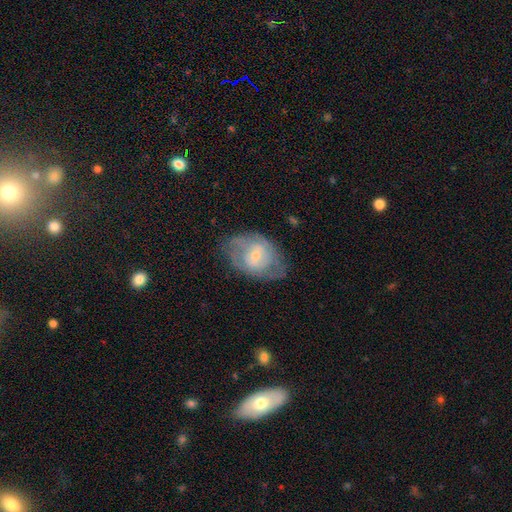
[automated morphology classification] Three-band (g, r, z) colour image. It shows a featured or disk galaxy (59%) with no bar (48%), spiral arms (63%) and a small central bulge (62%). Merging: none (60%).